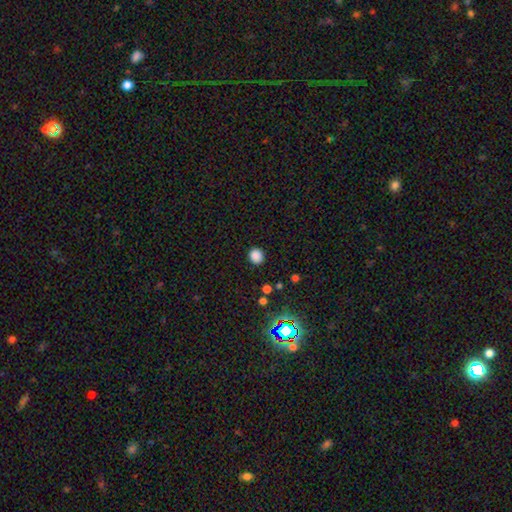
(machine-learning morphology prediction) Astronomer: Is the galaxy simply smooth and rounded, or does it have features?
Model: smooth — 84%.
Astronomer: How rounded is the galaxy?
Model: round — 79%.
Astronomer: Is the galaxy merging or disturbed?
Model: none — 89%.